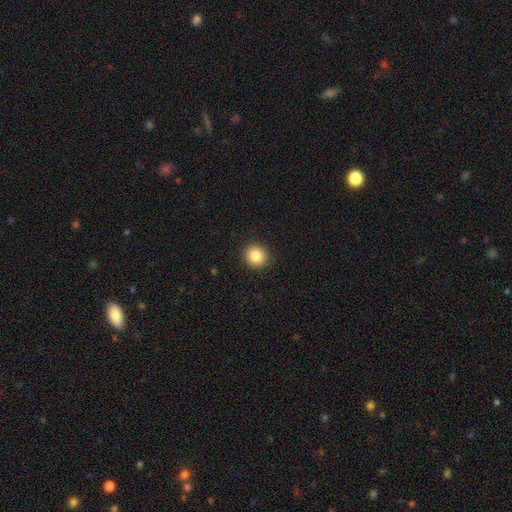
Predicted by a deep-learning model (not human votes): Overall: smooth (85%). How rounded: round (90%). Merging: none (92%).